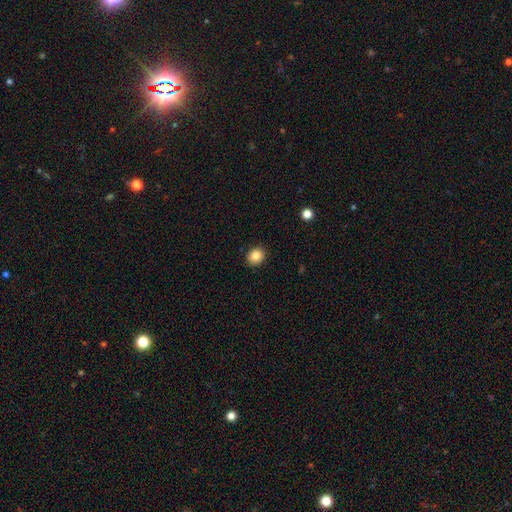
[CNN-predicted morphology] smooth-or-featured: smooth: 84% | star or artifact: 10% | featured or disk: 6%
  how-rounded: round: 75% | in between: 24% | cigar-shaped: 1%
  merging: none: 91% | minor disturbance: 7% | major disturbance: 2% | merger: 1%